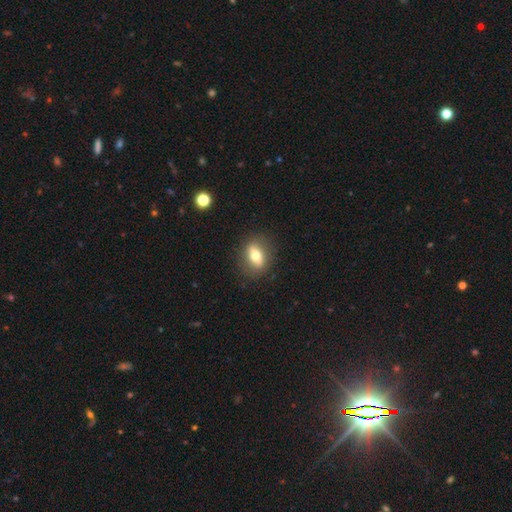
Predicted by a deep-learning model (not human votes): Overall: smooth (59%; featured or disk 33%). How rounded: in between (68%). Merging: none (85%).